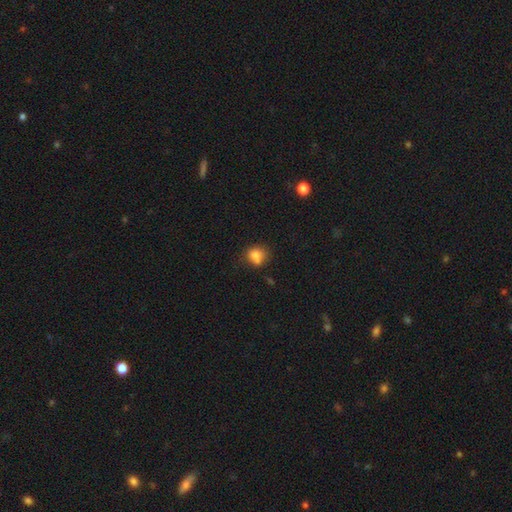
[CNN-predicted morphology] A smooth galaxy with no disk features (79%) that is round (67%).

Vote fractions:
- Smooth or featured? smooth: 79% / star or artifact: 11% / featured or disk: 10%
- How rounded? round: 67% / in between: 32% / cigar-shaped: 1%
- Merging? none: 52% / minor disturbance: 25% / merger: 15% / major disturbance: 8%